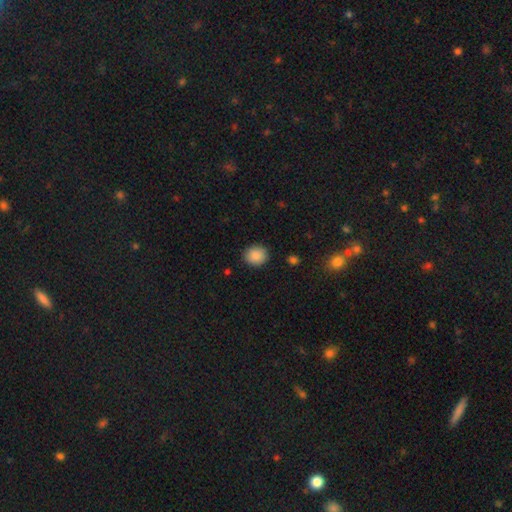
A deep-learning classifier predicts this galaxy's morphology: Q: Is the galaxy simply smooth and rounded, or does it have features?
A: smooth — 88%.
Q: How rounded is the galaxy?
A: round — 79%.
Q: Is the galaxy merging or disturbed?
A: none — 89%.